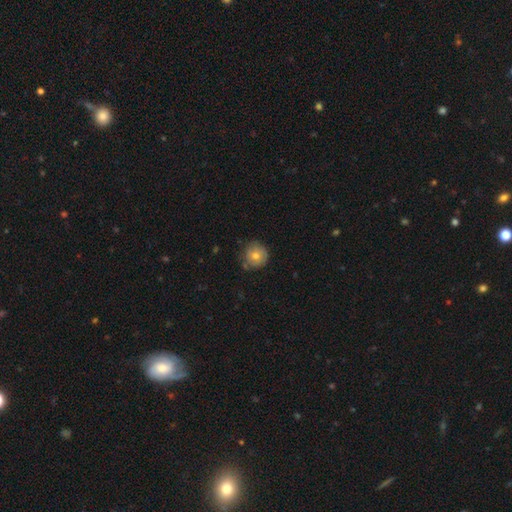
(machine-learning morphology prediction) Smooth or featured: smooth — 72% (featured or disk — 18%)
How rounded: round — 93% (in between — 7%)
Merging: none — 74% (minor disturbance — 20%)